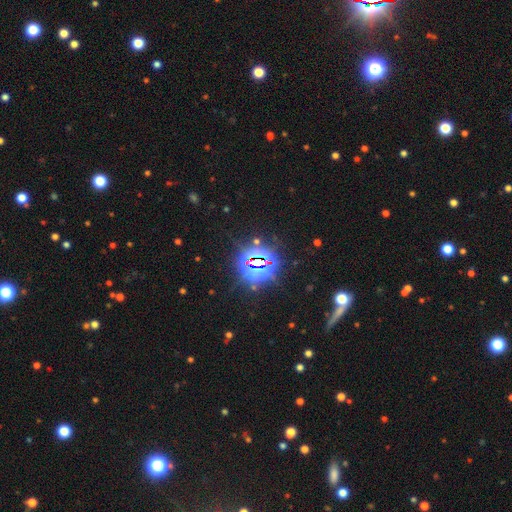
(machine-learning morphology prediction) Smooth or featured: star or artifact — 83% (smooth — 10%)